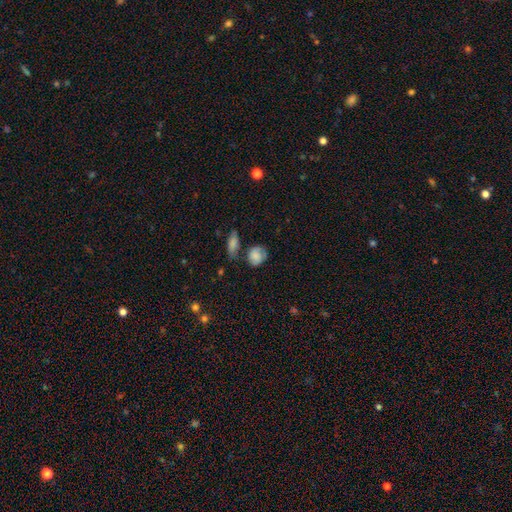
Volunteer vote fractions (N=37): smooth-or-featured: smooth: 81% | featured or disk: 14% | star or artifact: 5%
  how-rounded: round: 80% | in between: 20% | cigar-shaped: 0%
  merging: none: 49% | merger: 26% | minor disturbance: 23% | major disturbance: 3%